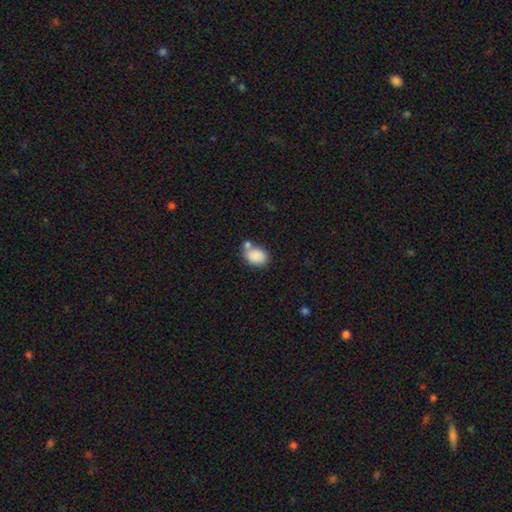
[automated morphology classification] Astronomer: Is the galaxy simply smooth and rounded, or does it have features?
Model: smooth — 86%.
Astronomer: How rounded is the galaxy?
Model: in between — 76%.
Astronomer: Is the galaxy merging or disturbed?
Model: none — 49% (runner-up: merger, 30%).